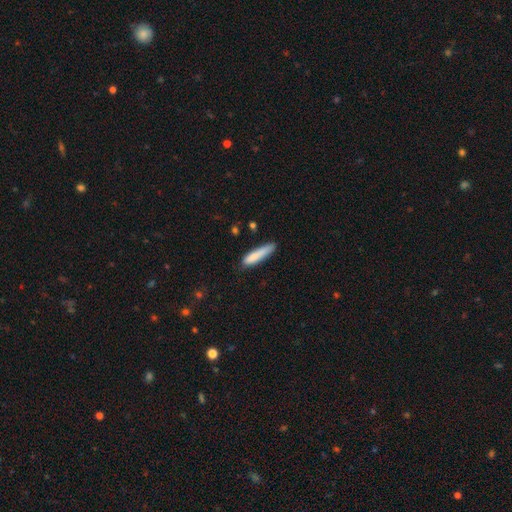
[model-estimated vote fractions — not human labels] This appears to be a smooth galaxy with no disk features (83%) that is cigar-shaped (84%). Merging: none (72%).